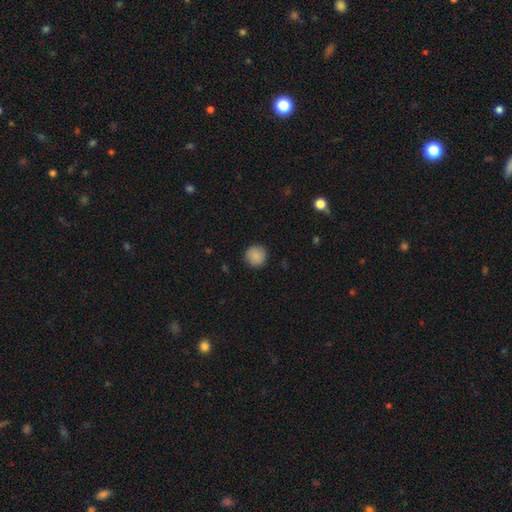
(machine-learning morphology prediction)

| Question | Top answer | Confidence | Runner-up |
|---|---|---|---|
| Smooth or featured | smooth | 88% | star or artifact (8%) |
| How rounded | round | 95% | in between (4%) |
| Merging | none | 90% | minor disturbance (7%) |